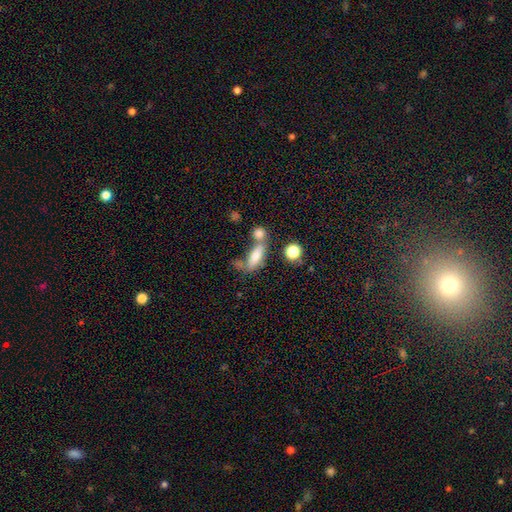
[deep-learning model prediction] Q: Smooth or featured?
A: smooth (73%); runner-up: featured or disk (17%)
Q: How rounded?
A: in between (58%); runner-up: cigar-shaped (36%)
Q: Merging?
A: none (39%); runner-up: merger (37%)